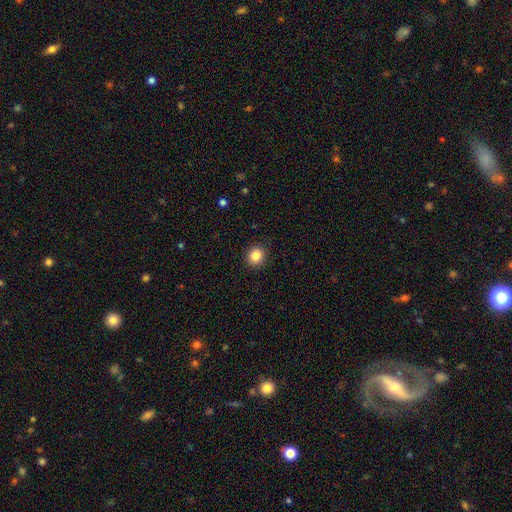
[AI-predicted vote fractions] Smooth or featured? smooth (85%)
How rounded? round (82%)
Merging? none (91%)